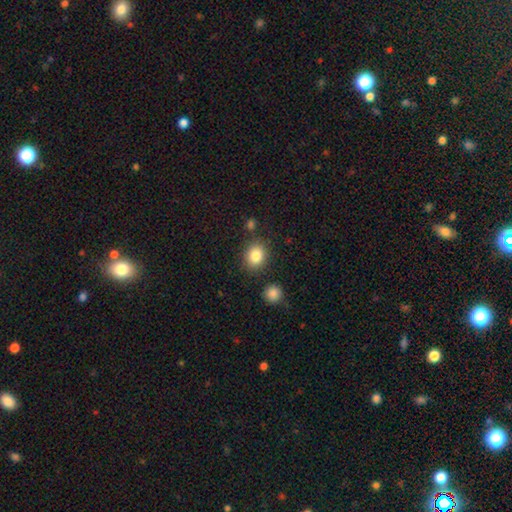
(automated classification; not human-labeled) This is clearly a smooth galaxy (85%). How rounded: likely round (63%). Merging: clearly none (81%).